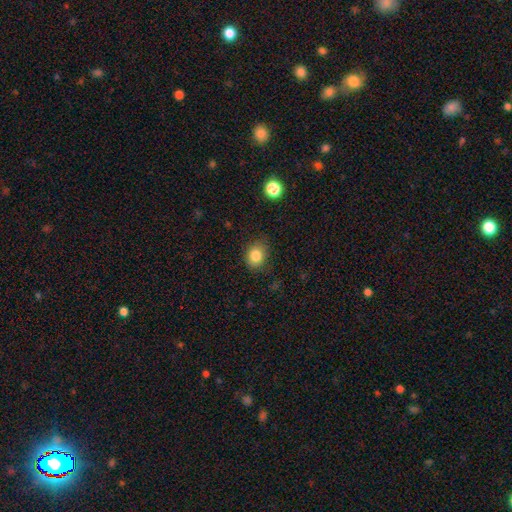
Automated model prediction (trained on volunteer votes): smooth_or_featured: smooth (p=0.83) [alt: star or artifact p=0.11]
how_rounded: round (p=0.56) [alt: in between p=0.43]
merging: none (p=0.82) [alt: minor disturbance p=0.14]